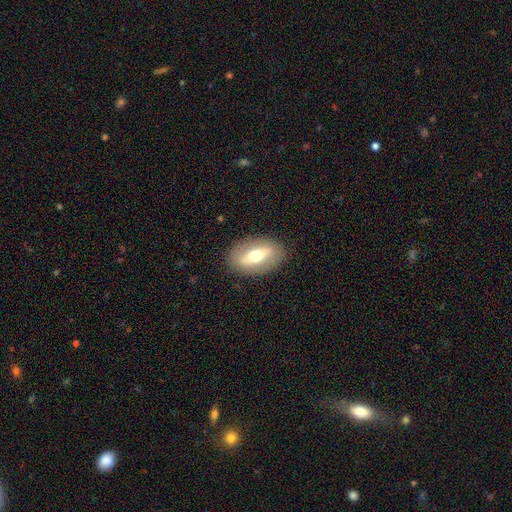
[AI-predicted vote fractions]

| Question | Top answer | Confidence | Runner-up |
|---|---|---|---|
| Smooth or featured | featured or disk | 48% | smooth (45%) |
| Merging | none | 86% | minor disturbance (9%) |